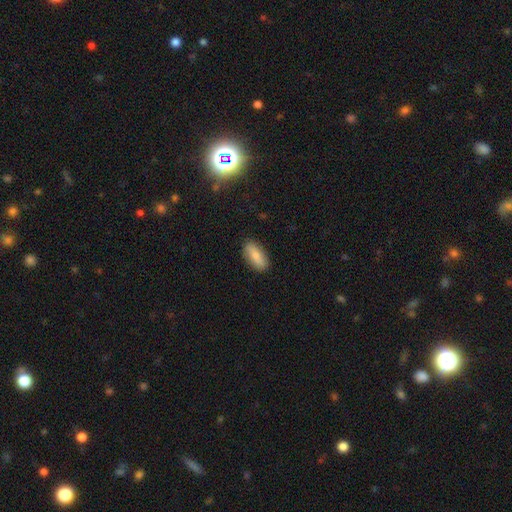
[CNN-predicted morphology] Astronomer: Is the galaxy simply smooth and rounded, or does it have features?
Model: smooth — 76%.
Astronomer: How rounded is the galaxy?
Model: in between — 79%.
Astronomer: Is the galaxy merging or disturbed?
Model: none — 86%.